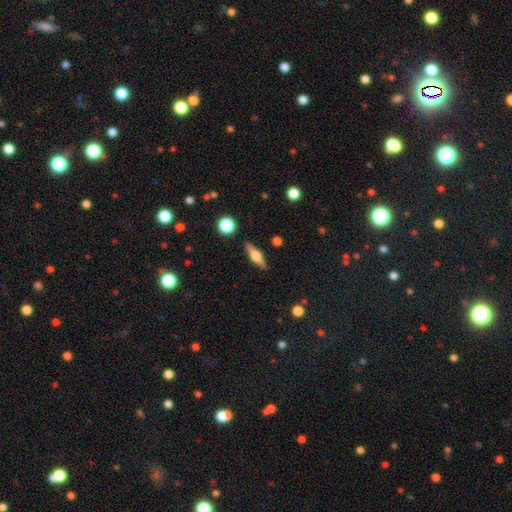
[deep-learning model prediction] smooth-or-featured: featured or disk: 56% | smooth: 37% | star or artifact: 7%
  disk-edge-on: yes: 95% | no: 5%
    edge-on-bulge: rounded: 89% | boxy: 9% | none: 2%
  merging: none: 87% | minor disturbance: 9% | major disturbance: 2% | merger: 2%